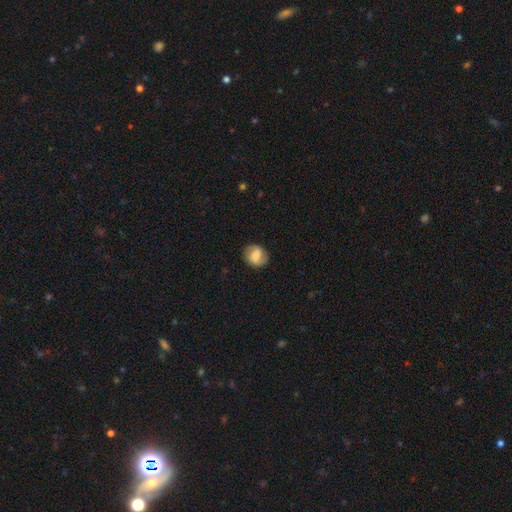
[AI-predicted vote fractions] smooth-or-featured: smooth: 56% | featured or disk: 36% | star or artifact: 9%
  how-rounded: round: 66% | in between: 33% | cigar-shaped: 1%
  merging: none: 82% | minor disturbance: 12% | major disturbance: 4% | merger: 1%